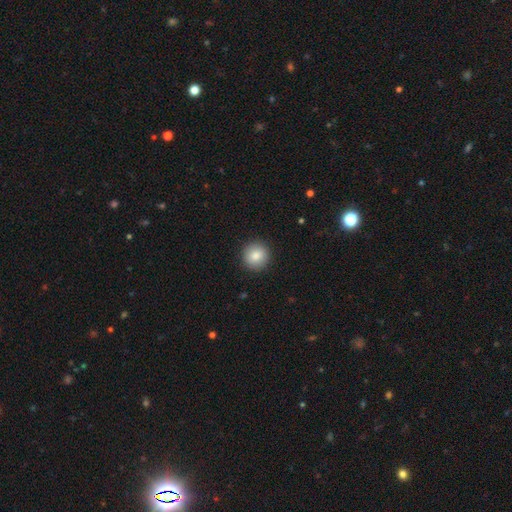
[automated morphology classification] Overall: smooth (86%). How rounded: round (93%). Merging: none (92%).